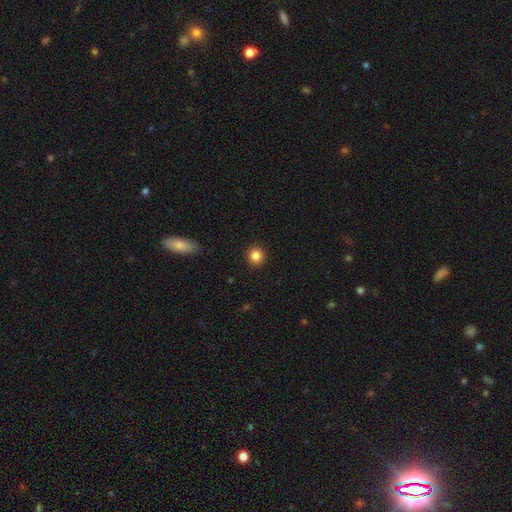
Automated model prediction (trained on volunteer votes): Overall: smooth (85%). How rounded: round (91%). Merging: none (92%).